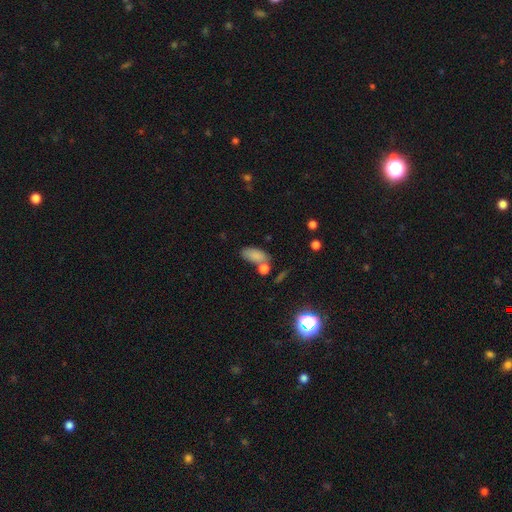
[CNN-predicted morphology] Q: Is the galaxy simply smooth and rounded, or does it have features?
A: smooth — 82%.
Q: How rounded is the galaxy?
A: in between — 88%.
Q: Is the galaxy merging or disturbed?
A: none — 56%.